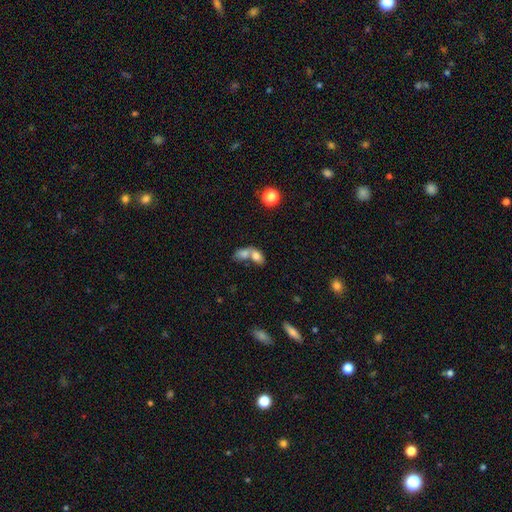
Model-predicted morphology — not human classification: This appears to be a smooth galaxy with no disk features (75%) that is in between round and cigar-shaped (80%). Merging: merger (71%).